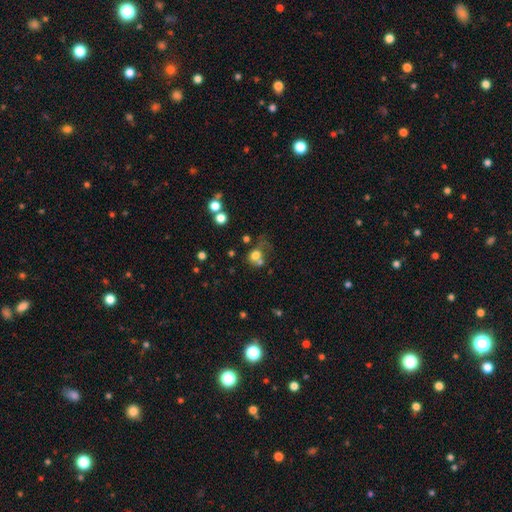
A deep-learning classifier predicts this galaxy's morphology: smooth 72%, star or artifact 15%, featured or disk 13%. Down the decision tree: how rounded — round (74%); merging — none (38%).